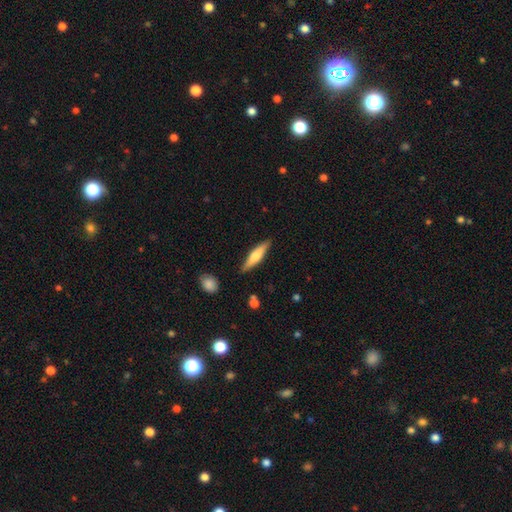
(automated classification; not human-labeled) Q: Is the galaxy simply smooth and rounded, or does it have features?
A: smooth — 52%.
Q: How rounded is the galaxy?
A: cigar-shaped — 78%.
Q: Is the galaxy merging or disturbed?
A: none — 86%.